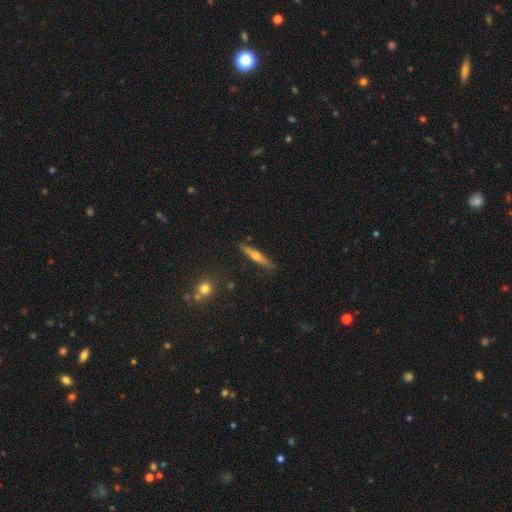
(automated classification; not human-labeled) smooth_or_featured: featured or disk (p=0.59) [alt: smooth p=0.35]
disk_edge_on: yes (p=0.96) [alt: no p=0.04]
edge_on_bulge: rounded (p=0.86) [alt: none p=0.09]
merging: none (p=0.87) [alt: minor disturbance p=0.09]